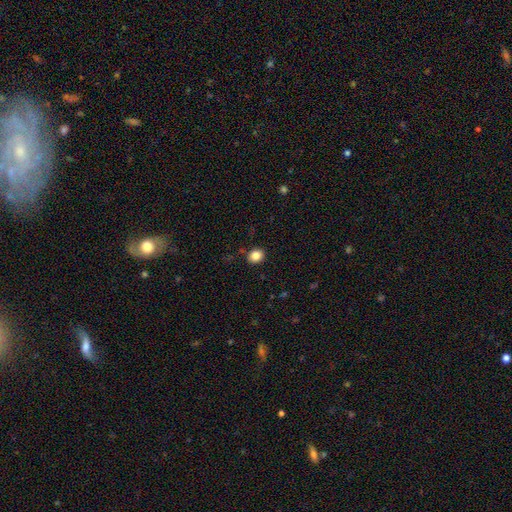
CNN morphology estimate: Q: Smooth or featured?
A: smooth (84%); runner-up: star or artifact (10%)
Q: How rounded?
A: round (62%); runner-up: in between (38%)
Q: Merging?
A: none (87%); runner-up: minor disturbance (8%)